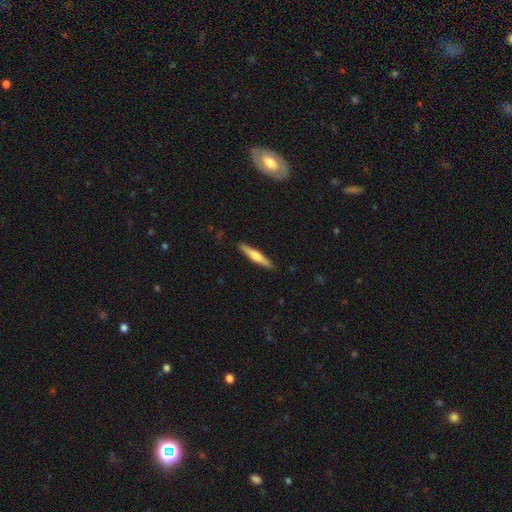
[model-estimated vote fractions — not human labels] This is possibly a featured or disk galaxy (53%). It is clearly viewed edge-on (97%). Edge-on bulge: clearly rounded (84%). Merging: clearly none (90%).